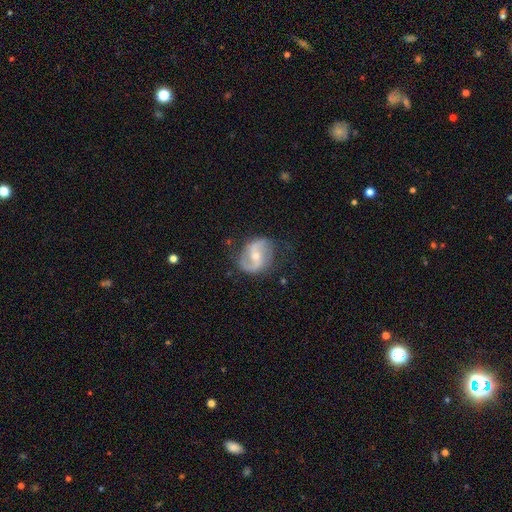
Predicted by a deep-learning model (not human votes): smooth_or_featured: featured or disk (p=0.83) [alt: smooth p=0.12]
disk_edge_on: no (p=0.97) [alt: yes p=0.03]
bar: weak (p=0.41) [alt: no p=0.39]
has_spiral_arms: yes (p=0.94) [alt: no p=0.06]
spiral_winding: medium (p=0.45) [alt: loose p=0.41]
spiral_arm_count: 2 (p=0.90) [alt: can't tell p=0.04]
bulge_size: moderate (p=0.52) [alt: small p=0.45]
merging: none (p=0.74) [alt: minor disturbance p=0.18]